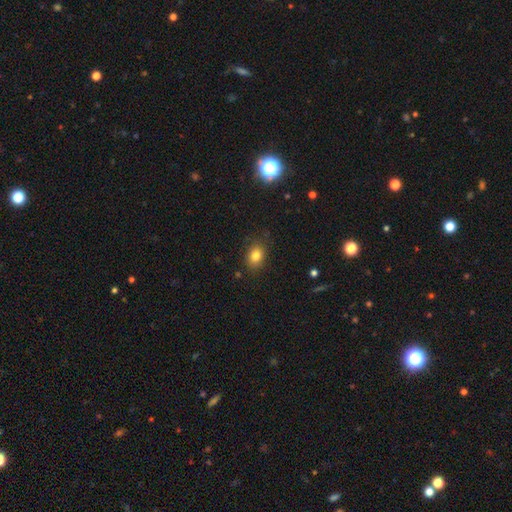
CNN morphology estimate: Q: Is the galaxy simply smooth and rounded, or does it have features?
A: smooth — 81%.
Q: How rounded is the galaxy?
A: in between — 63%.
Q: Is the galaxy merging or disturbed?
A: none — 83%.